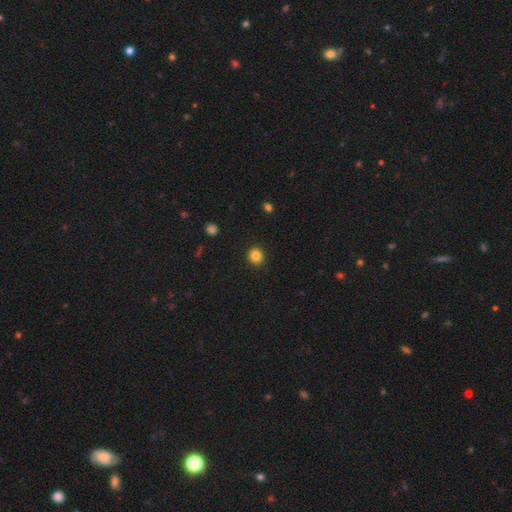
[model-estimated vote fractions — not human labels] smooth_or_featured: smooth (p=0.85) [alt: star or artifact p=0.11]
how_rounded: round (p=0.86) [alt: in between p=0.13]
merging: none (p=0.91) [alt: minor disturbance p=0.06]